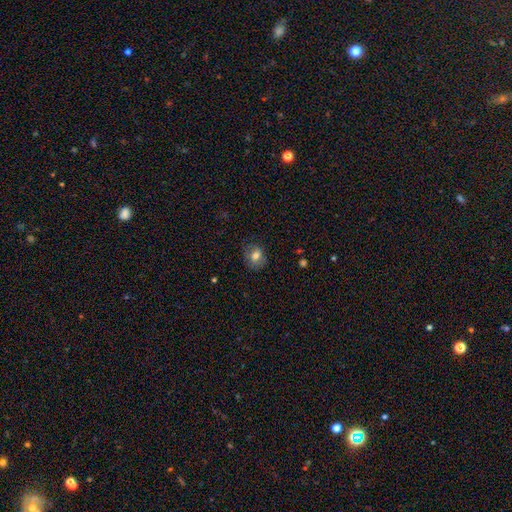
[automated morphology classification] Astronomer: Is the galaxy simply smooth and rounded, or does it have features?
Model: smooth — 72%.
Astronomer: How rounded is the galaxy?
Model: round — 54% (runner-up: in between, 45%).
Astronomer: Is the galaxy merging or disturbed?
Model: none — 72%.